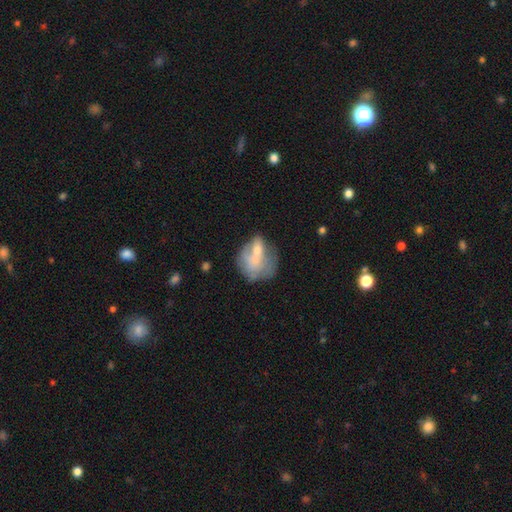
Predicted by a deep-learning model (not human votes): Smooth or featured? Predicted: smooth (p=0.51). How rounded? Predicted: in between (p=0.50). Merging? Predicted: none (p=0.32).